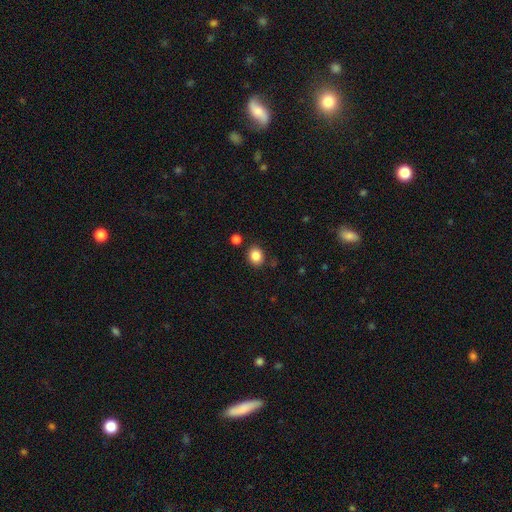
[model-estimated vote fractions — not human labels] A smooth galaxy with no disk features (86%) that is round (58%). Merging: none (84%).